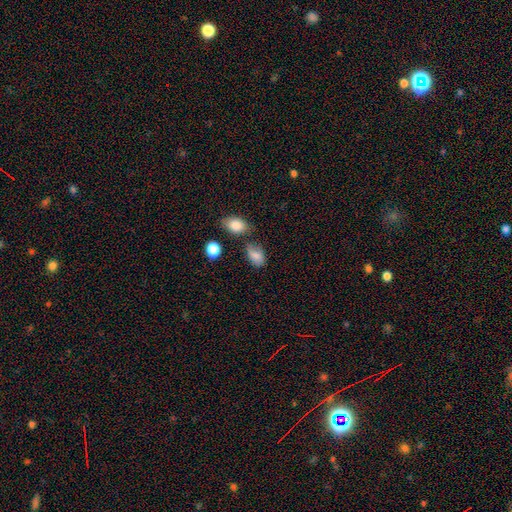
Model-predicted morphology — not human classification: Smooth or featured? smooth (81%)
How rounded? in between (85%)
Merging? none (53%)